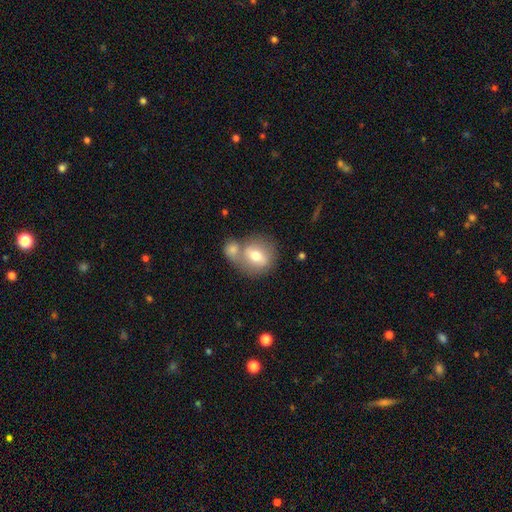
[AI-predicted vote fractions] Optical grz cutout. It shows a smooth galaxy with no disk features (66%) that is round (71%). Merging: merger (48%).